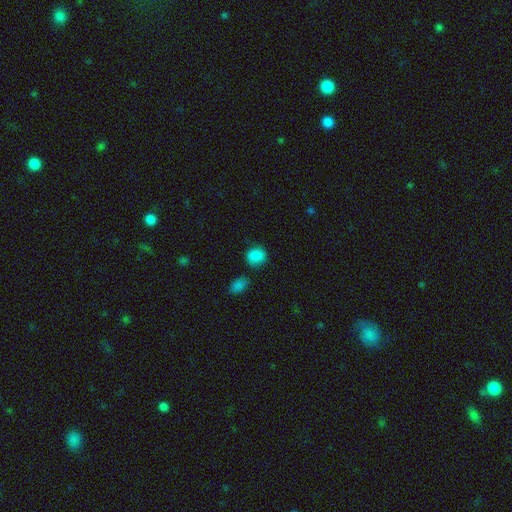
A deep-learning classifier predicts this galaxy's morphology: This is clearly a smooth galaxy (85%). How rounded: possibly round (58%). Merging: likely none (72%).